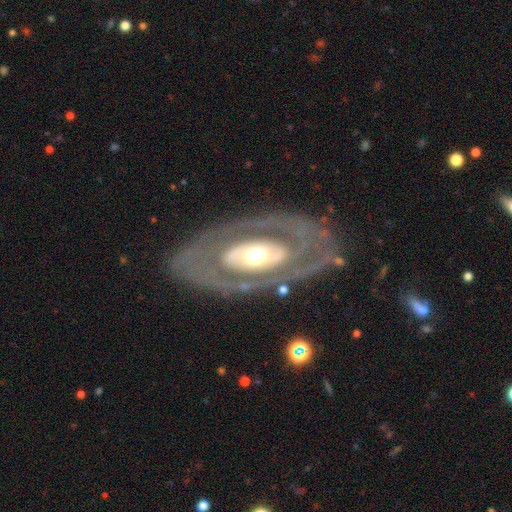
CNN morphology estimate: Smooth or featured? featured or disk (79%)
Edge-on disk? no (91%)
Bar? no (72%)
Spiral arms? no (55%)
Bulge size? moderate (63%)
Merging? none (75%)